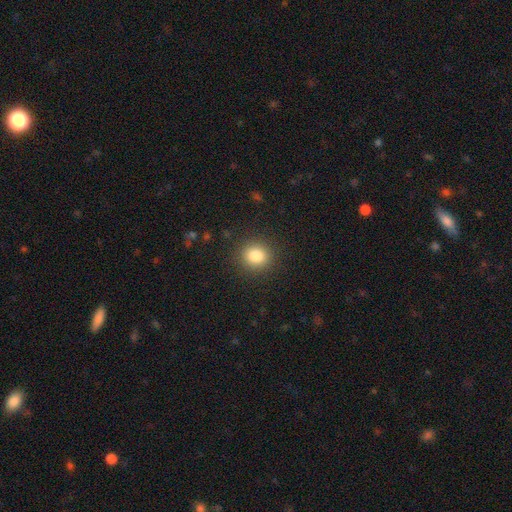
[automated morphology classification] A smooth galaxy with no disk features (83%) that is round (85%). Merging: none (90%).